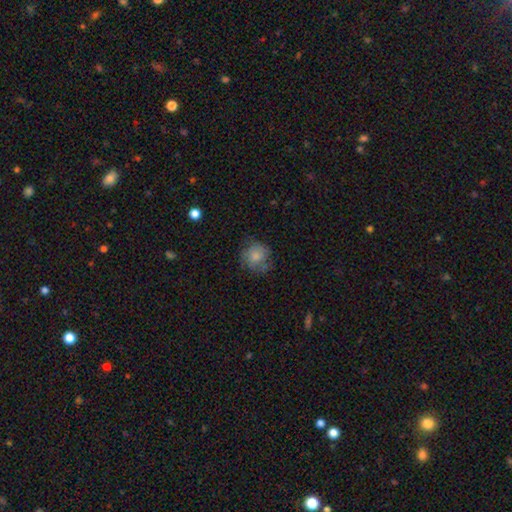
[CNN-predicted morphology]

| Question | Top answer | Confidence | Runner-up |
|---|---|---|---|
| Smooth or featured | smooth | 69% | featured or disk (23%) |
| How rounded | round | 84% | in between (15%) |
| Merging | none | 63% | minor disturbance (25%) |